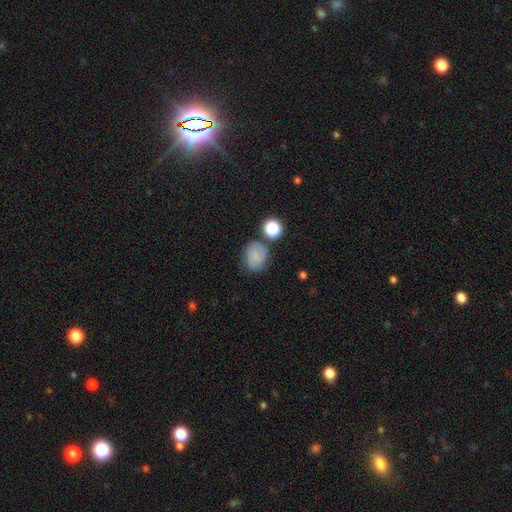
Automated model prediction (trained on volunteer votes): This is likely a smooth galaxy (63%). How rounded: likely round (66%). Merging: likely none (69%).